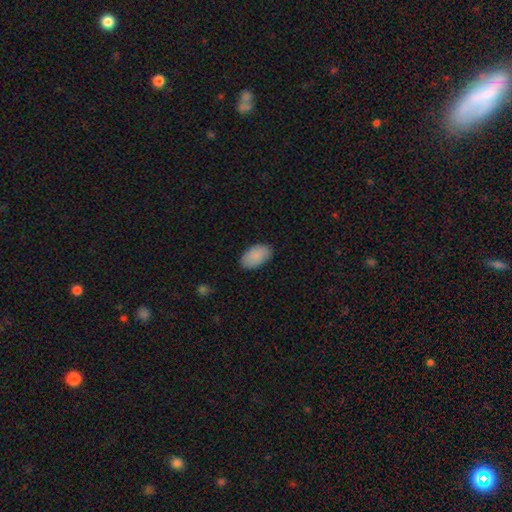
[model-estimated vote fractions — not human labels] Morphology: type=smooth (89%); roundness=in between (95%); merging=none (85%).